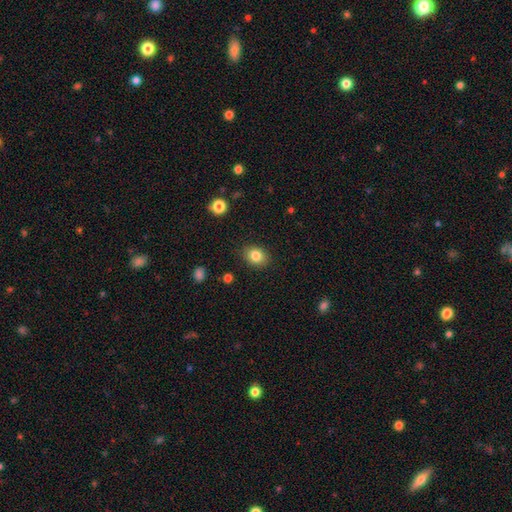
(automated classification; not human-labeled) This is clearly a smooth galaxy (83%). How rounded: possibly in between (53%). Merging: clearly none (87%).